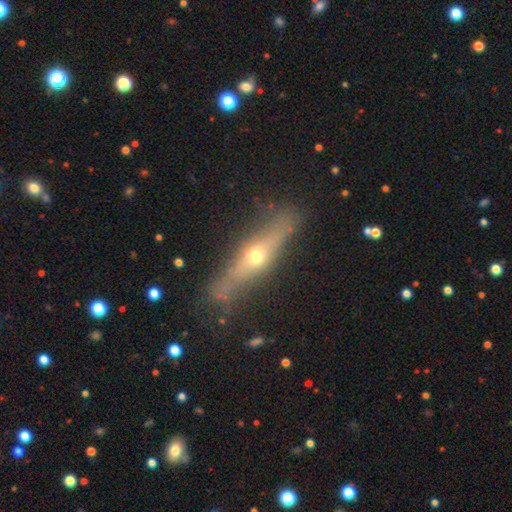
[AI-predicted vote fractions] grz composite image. It shows a featured or disk galaxy (63%) viewed edge-on (84%) with a rounded central bulge (91%). Merging: none (78%).